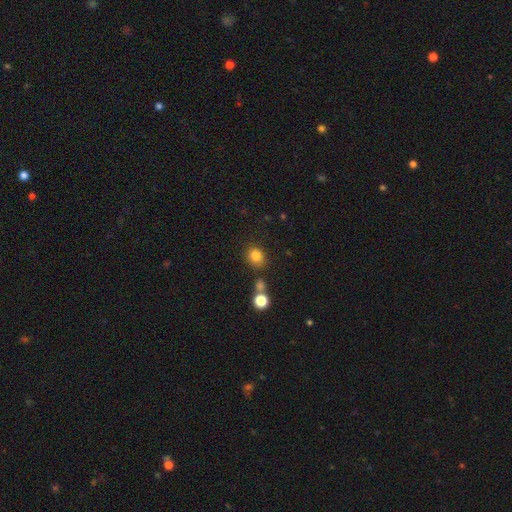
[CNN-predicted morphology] A smooth galaxy with no disk features (82%) that is round (69%). Merging: none (73%).